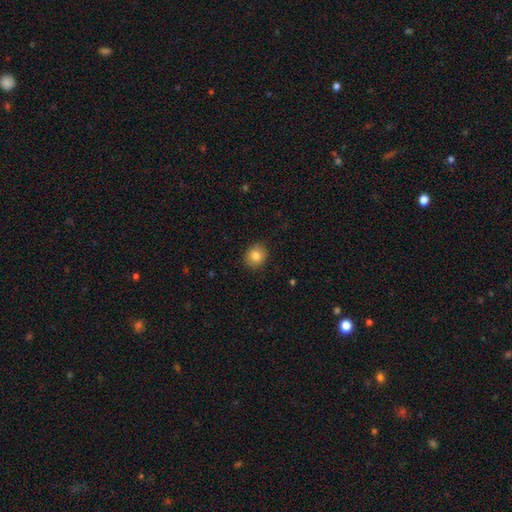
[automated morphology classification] Smooth or featured: smooth — 82% (star or artifact — 10%)
How rounded: round — 75% (in between — 24%)
Merging: none — 88% (minor disturbance — 8%)